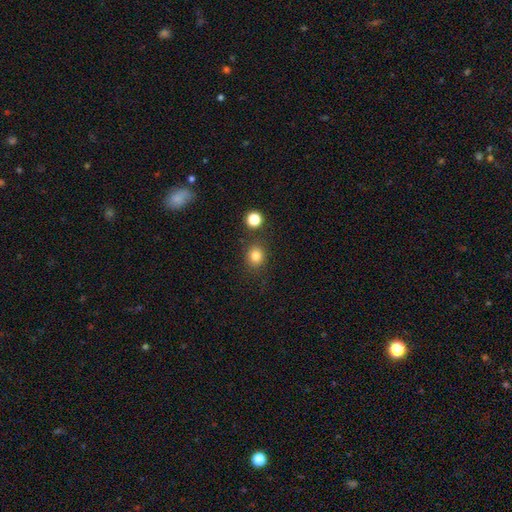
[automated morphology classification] Smooth or featured: smooth — 82% (star or artifact — 13%)
How rounded: round — 79% (in between — 20%)
Merging: none — 81% (minor disturbance — 10%)